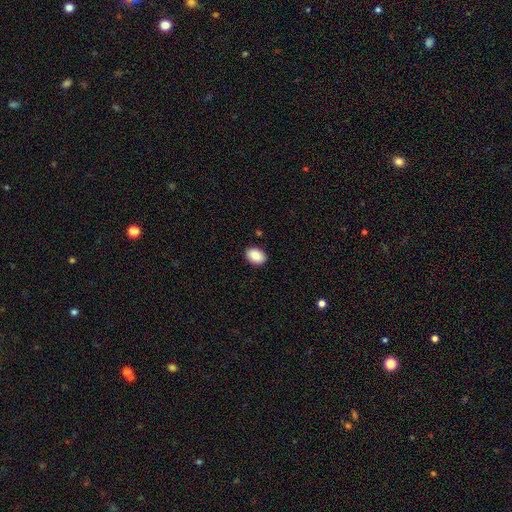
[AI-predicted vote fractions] smooth_or_featured: smooth (p=0.88) [alt: star or artifact p=0.07]
how_rounded: in between (p=0.81) [alt: round p=0.18]
merging: none (p=0.89) [alt: minor disturbance p=0.08]